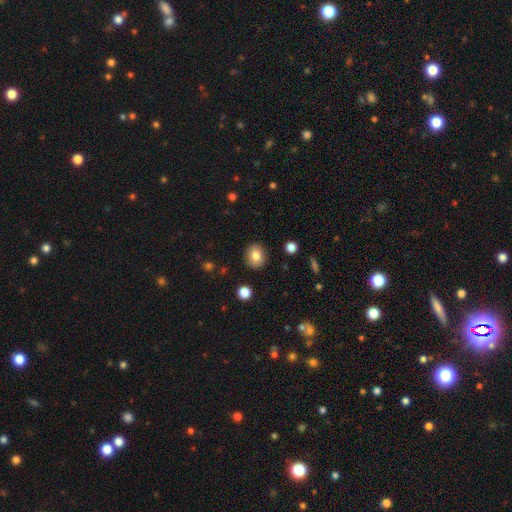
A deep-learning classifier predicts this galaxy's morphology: Smooth or featured: smooth — 82% (star or artifact — 9%)
How rounded: round — 66% (in between — 33%)
Merging: none — 89% (minor disturbance — 7%)